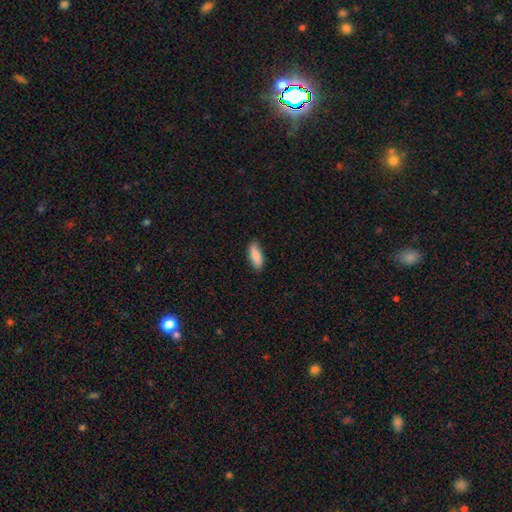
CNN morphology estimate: A smooth galaxy with no disk features (86%) that is in between round and cigar-shaped (75%). Merging: none (86%).